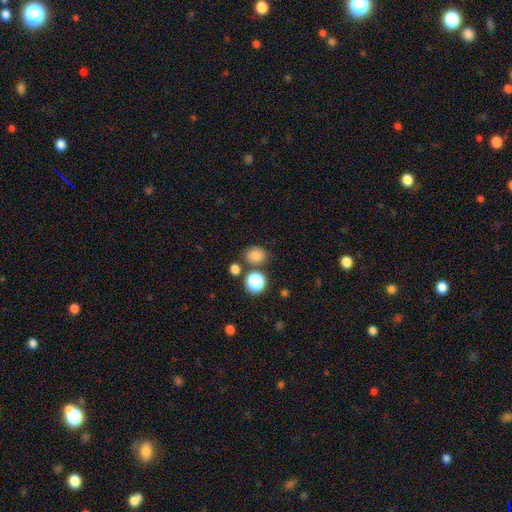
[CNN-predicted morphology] A smooth galaxy with no disk features (78%) that is round (58%). Merging: none (74%).